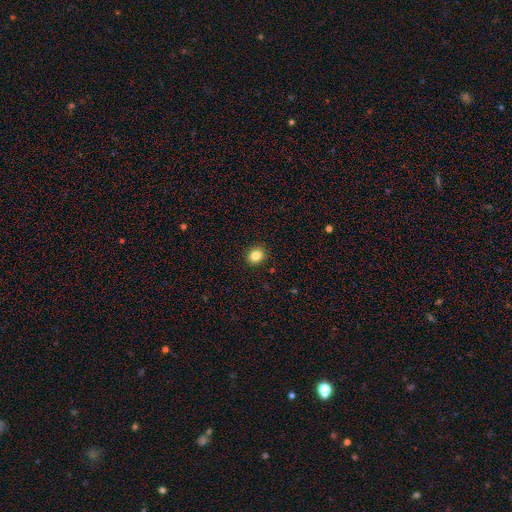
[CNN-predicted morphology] type=smooth (84%); roundness=round (72%); merging=none (91%).